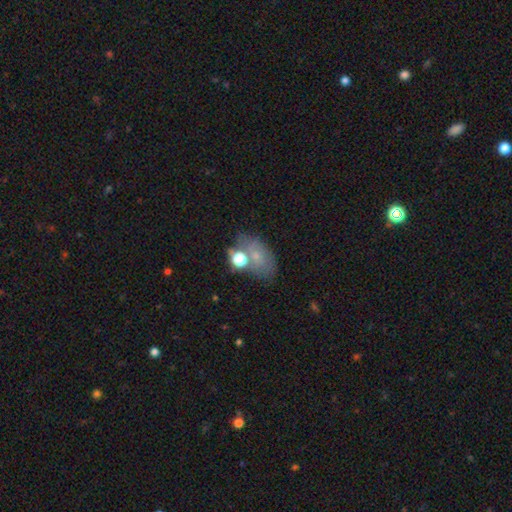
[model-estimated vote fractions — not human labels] Morphology: type=smooth (55%); roundness=in between (79%); merging=none (52%).